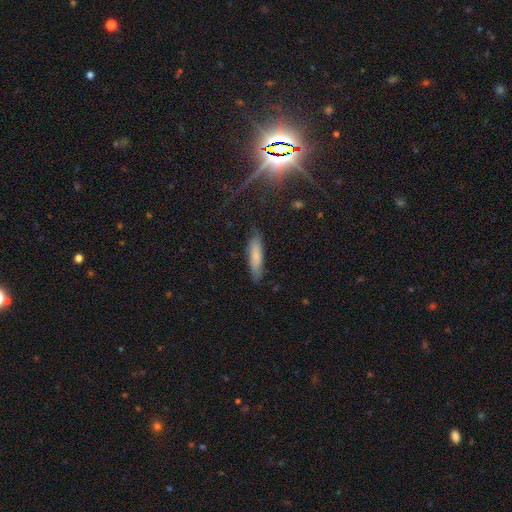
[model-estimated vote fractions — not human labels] This appears to be a smooth galaxy with no disk features (76%) that is cigar-shaped (75%). Merging: none (83%).